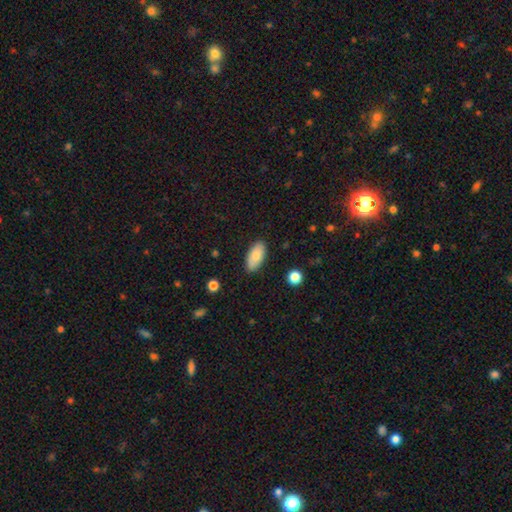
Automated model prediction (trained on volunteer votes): Smooth or featured: smooth — 83% (featured or disk — 11%)
How rounded: in between — 91% (cigar-shaped — 6%)
Merging: none — 85% (minor disturbance — 11%)